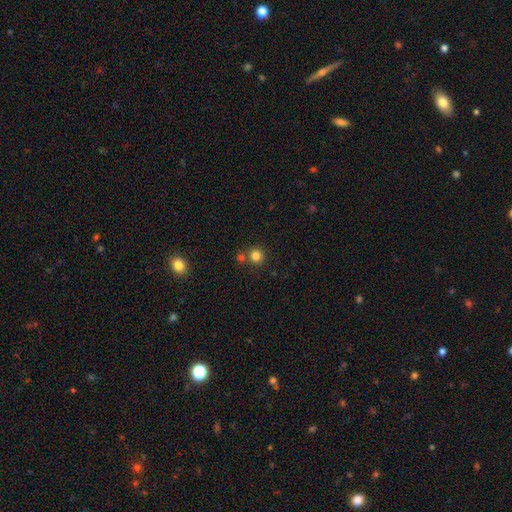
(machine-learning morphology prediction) The model was most divided on "merging": none: 72%, merger: 18%, minor disturbance: 8%, major disturbance: 3%. More confident: how rounded — round (93%); smooth or featured — smooth (82%).